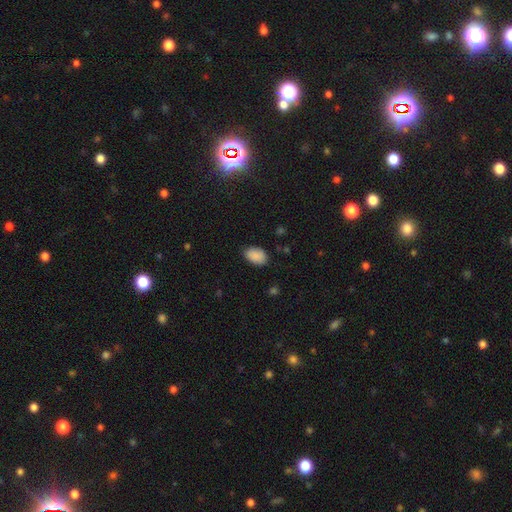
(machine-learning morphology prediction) A smooth galaxy with no disk features (89%) that is in between round and cigar-shaped (88%). Merging: none (80%).